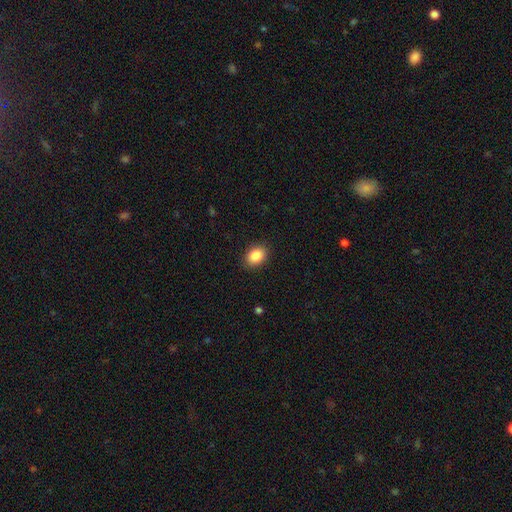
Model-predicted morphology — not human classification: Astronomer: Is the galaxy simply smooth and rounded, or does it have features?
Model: smooth — 88%.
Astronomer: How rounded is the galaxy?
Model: in between — 71%.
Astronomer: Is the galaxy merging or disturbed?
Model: none — 88%.